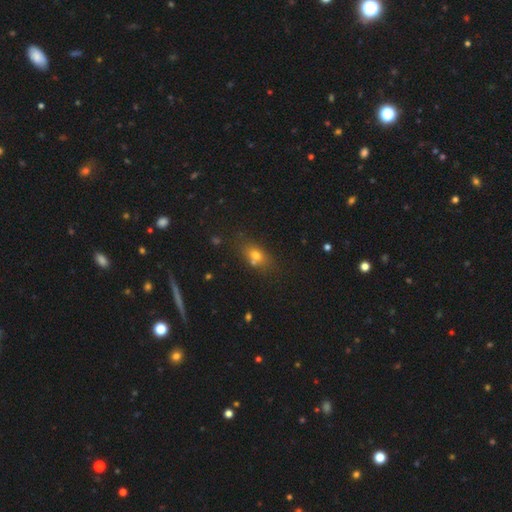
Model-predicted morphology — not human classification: A smooth galaxy with no disk features (67%) that is in between round and cigar-shaped (66%). Merging: none (63%).